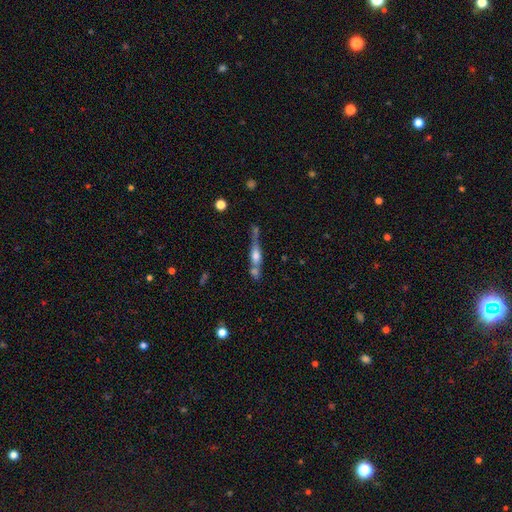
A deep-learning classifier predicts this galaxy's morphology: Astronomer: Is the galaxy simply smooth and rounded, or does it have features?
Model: featured or disk — 49% (runner-up: smooth, 41%).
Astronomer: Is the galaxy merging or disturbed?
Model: merger — 41% (runner-up: none, 33%).